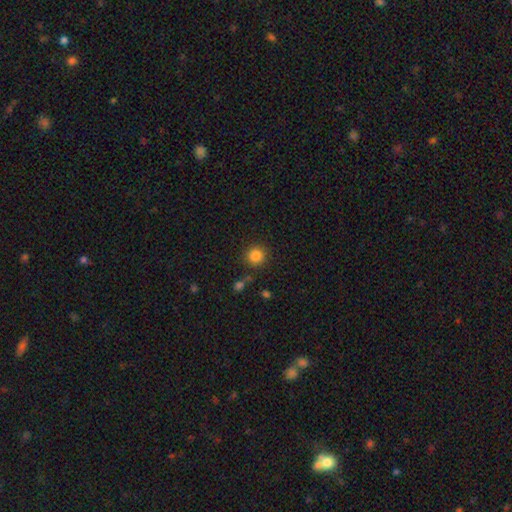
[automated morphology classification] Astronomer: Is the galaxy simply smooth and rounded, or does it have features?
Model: smooth — 84%.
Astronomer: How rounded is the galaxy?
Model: round — 92%.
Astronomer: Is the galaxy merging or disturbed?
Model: none — 86%.